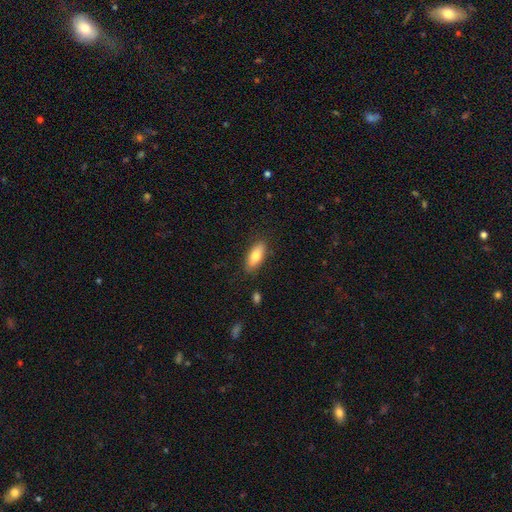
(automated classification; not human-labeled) Smooth or featured?
  - smooth: 75% *
  - featured or disk: 18%
  - star or artifact: 6%
How rounded?
  - in between: 75% *
  - cigar-shaped: 22%
  - round: 3%
Merging?
  - none: 84% *
  - minor disturbance: 12%
  - major disturbance: 3%
  - merger: 2%